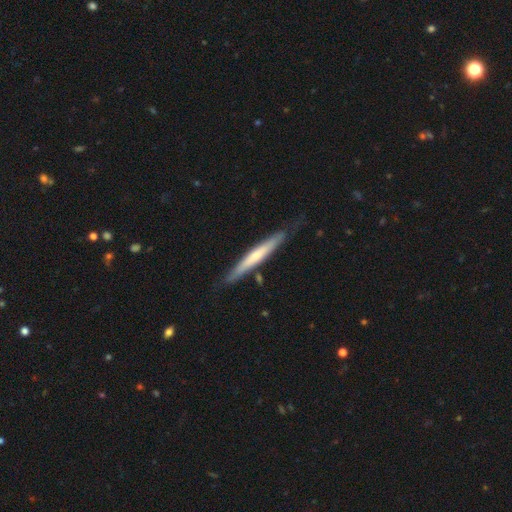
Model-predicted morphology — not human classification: A featured or disk galaxy (49%). Merging: none (80%).